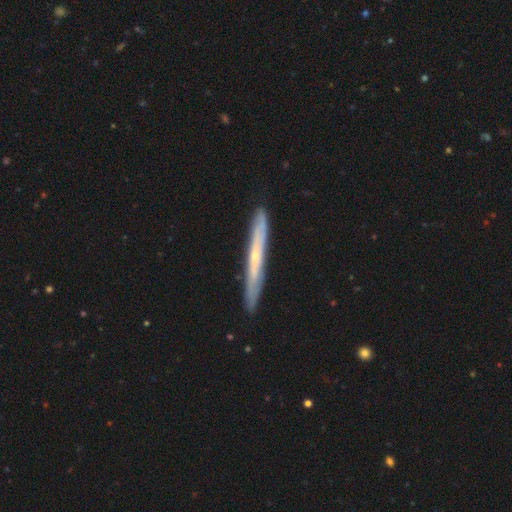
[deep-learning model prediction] The model was most divided on "edge-on bulge": none: 54%, rounded: 42%, boxy: 3%. More confident: edge-on disk — yes (89%); merging — none (88%); smooth or featured — featured or disk (64%).